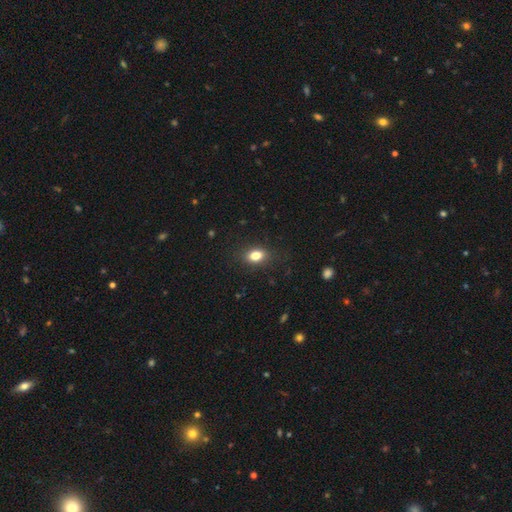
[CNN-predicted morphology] Smooth or featured? smooth (82%)
How rounded? in between (77%)
Merging? none (84%)